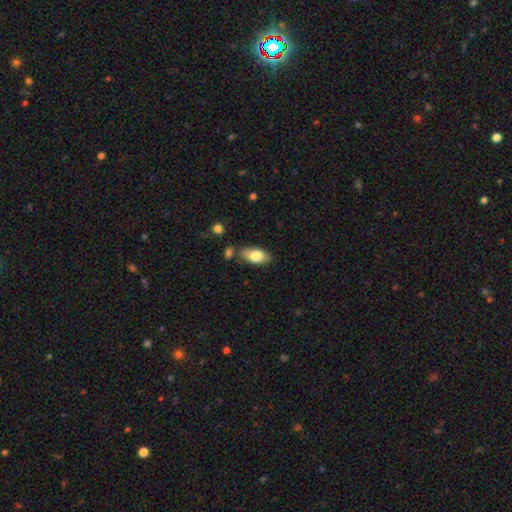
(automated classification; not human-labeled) Q: Smooth or featured?
A: smooth (78%); runner-up: featured or disk (15%)
Q: How rounded?
A: in between (91%); runner-up: cigar-shaped (5%)
Q: Merging?
A: none (74%); runner-up: minor disturbance (15%)